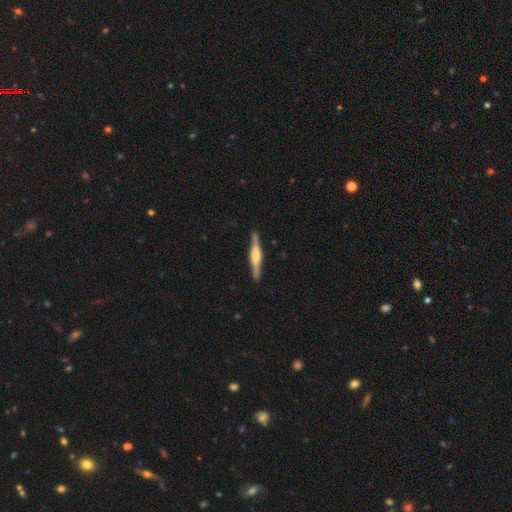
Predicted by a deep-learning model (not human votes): This is likely a featured or disk galaxy (68%). It is clearly viewed edge-on (98%). Edge-on bulge: possibly rounded (46%, tied with boxy). Merging: clearly none (90%).